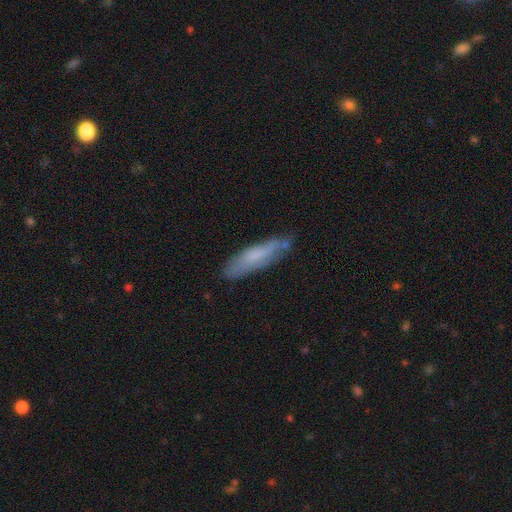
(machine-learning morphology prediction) Smooth or featured? Predicted: smooth (p=0.62). How rounded? Predicted: cigar-shaped (p=0.71). Merging? Predicted: none (p=0.66).